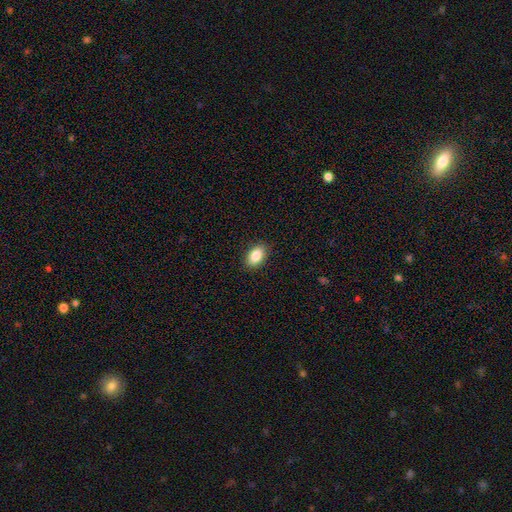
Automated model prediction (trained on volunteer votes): This is clearly a smooth galaxy (87%). How rounded: clearly in between (91%). Merging: clearly none (89%).